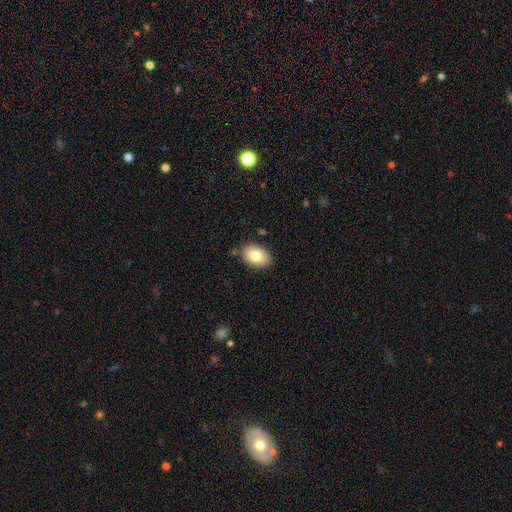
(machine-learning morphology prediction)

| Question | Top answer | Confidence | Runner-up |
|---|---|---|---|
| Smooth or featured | smooth | 81% | featured or disk (12%) |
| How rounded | in between | 84% | round (15%) |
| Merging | none | 86% | minor disturbance (10%) |